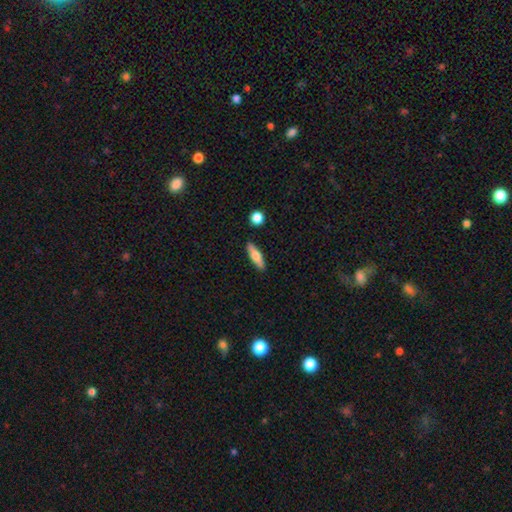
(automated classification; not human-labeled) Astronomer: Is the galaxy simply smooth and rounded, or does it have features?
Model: smooth — 66%.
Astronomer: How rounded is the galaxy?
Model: cigar-shaped — 62%.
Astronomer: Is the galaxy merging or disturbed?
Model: none — 87%.